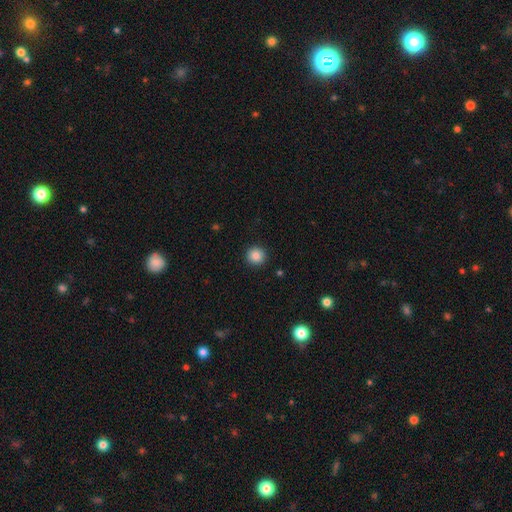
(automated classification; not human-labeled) A smooth galaxy with no disk features (87%) that is round (94%).

Vote fractions:
- Smooth or featured? smooth: 87% / star or artifact: 10% / featured or disk: 3%
- How rounded? round: 94% / in between: 5% / cigar-shaped: 1%
- Merging? none: 92% / minor disturbance: 5% / major disturbance: 2% / merger: 1%